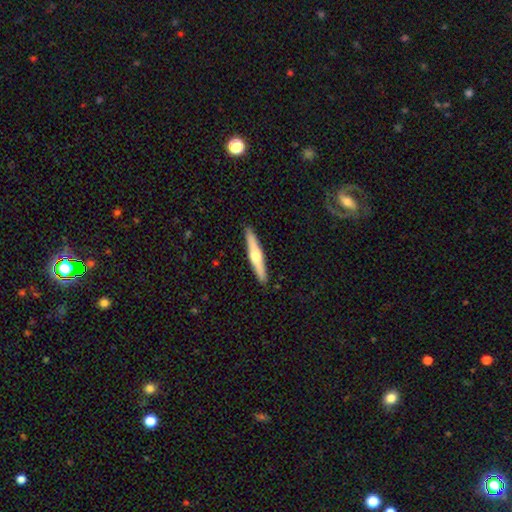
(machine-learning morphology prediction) smooth_or_featured: featured or disk (p=0.56) [alt: smooth p=0.39]
disk_edge_on: yes (p=0.96) [alt: no p=0.04]
edge_on_bulge: rounded (p=0.91) [alt: none p=0.06]
merging: none (p=0.91) [alt: minor disturbance p=0.06]